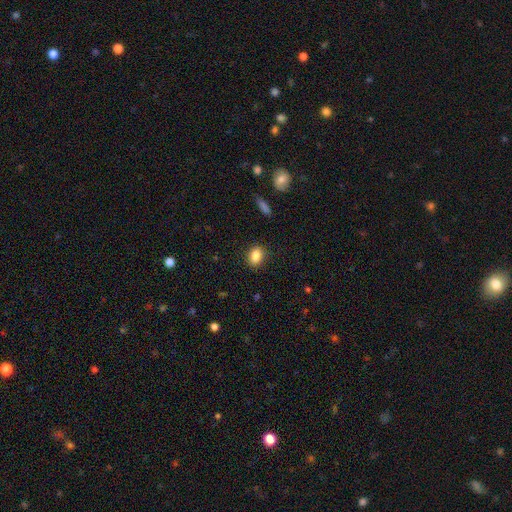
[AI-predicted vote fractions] Morphology: type=smooth (85%); roundness=in between (74%); merging=none (87%).